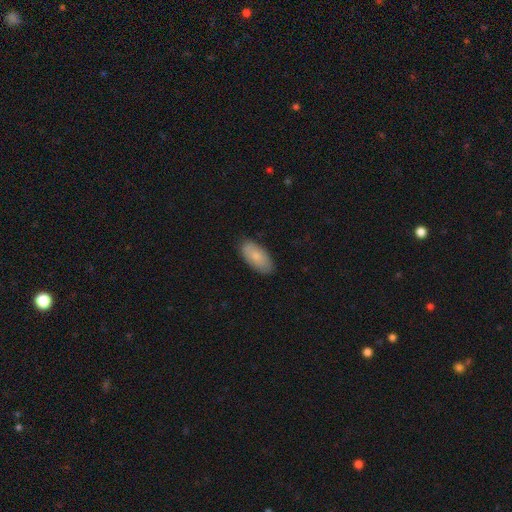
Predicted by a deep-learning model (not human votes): smooth 78%, featured or disk 16%, star or artifact 6%. Down the decision tree: how rounded — in between (93%); merging — none (84%).